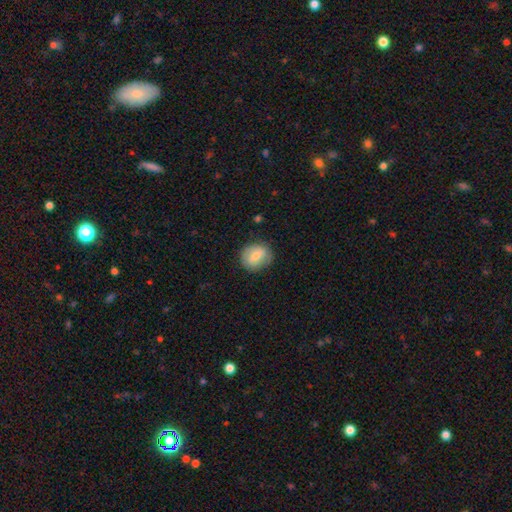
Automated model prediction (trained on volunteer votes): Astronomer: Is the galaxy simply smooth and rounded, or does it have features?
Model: smooth — 71%.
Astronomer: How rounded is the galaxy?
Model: round — 69%.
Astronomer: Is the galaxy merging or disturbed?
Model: none — 78%.